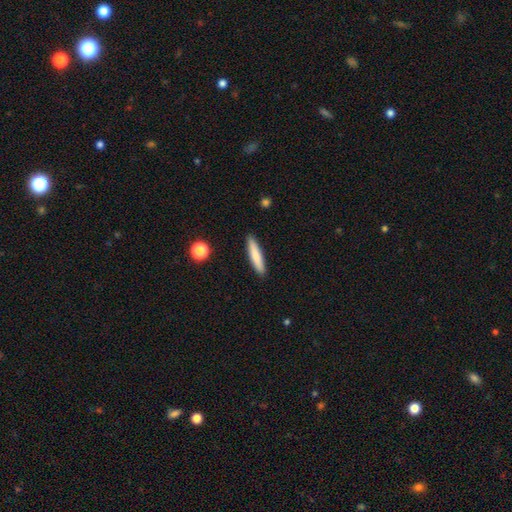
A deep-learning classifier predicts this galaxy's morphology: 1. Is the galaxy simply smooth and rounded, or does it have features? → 78% smooth, 16% featured or disk, 6% star or artifact.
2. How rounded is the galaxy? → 89% cigar-shaped, 10% in between, 1% round.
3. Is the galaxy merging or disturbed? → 91% none, 7% minor disturbance, 2% major disturbance, 1% merger.